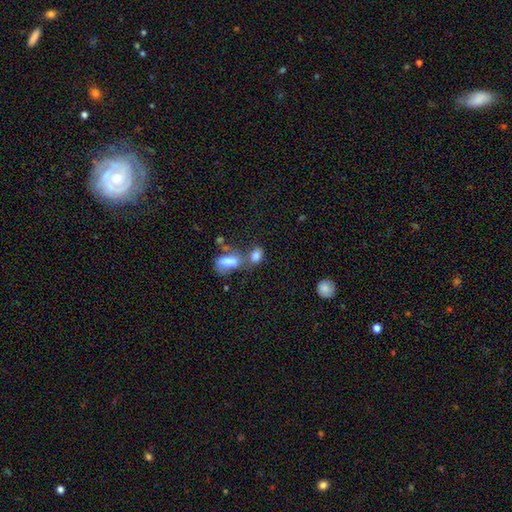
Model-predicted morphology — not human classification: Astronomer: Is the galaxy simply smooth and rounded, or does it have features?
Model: smooth — 80%.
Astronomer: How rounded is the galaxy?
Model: in between — 83%.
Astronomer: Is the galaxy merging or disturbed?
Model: merger — 49% (runner-up: none, 33%).